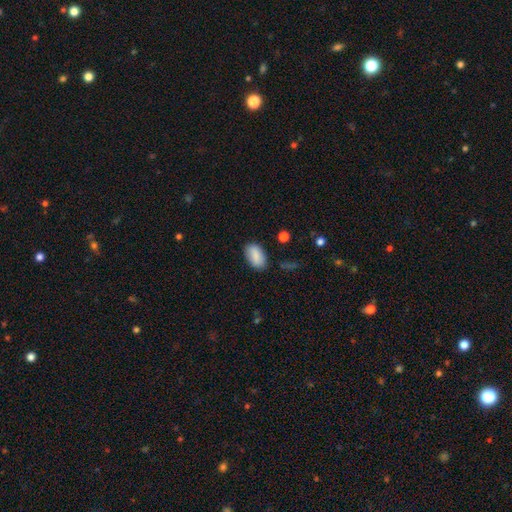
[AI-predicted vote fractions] Morphology: type=smooth (87%); roundness=in between (93%); merging=none (83%).